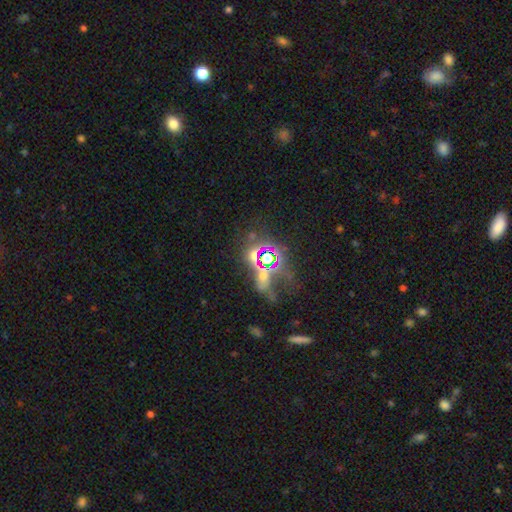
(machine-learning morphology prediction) Smooth or featured: star or artifact — 68% (smooth — 20%)